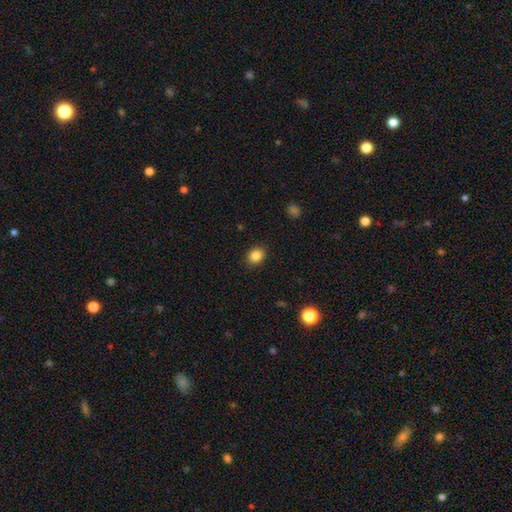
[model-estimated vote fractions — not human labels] smooth_or_featured: smooth (p=0.85) [alt: star or artifact p=0.10]
how_rounded: round (p=0.50) [alt: in between p=0.49]
merging: none (p=0.89) [alt: minor disturbance p=0.08]